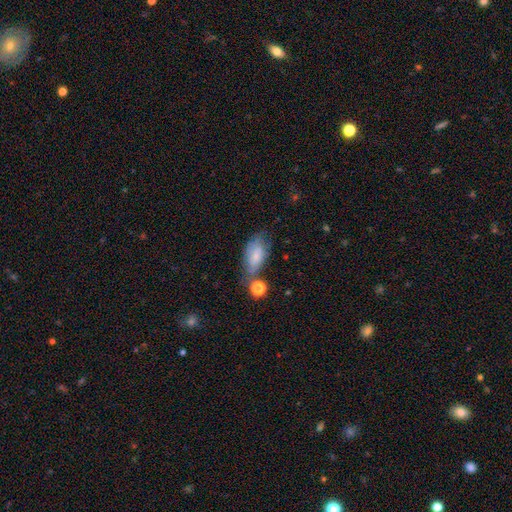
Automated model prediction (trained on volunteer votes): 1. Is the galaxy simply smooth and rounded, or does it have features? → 68% smooth, 23% featured or disk, 9% star or artifact.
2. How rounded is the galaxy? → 89% in between, 6% round, 6% cigar-shaped.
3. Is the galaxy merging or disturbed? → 44% none, 27% minor disturbance, 15% merger, 14% major disturbance.